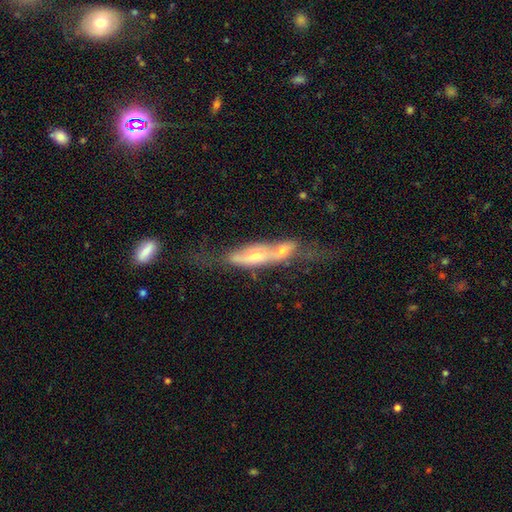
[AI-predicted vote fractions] A featured or disk galaxy (63%).

Vote fractions:
- Smooth or featured? featured or disk: 63% / smooth: 29% / star or artifact: 8%
- Edge-on disk? no: 53% / yes: 47%
- Merging? merger: 49% / none: 24% / major disturbance: 14% / minor disturbance: 13%